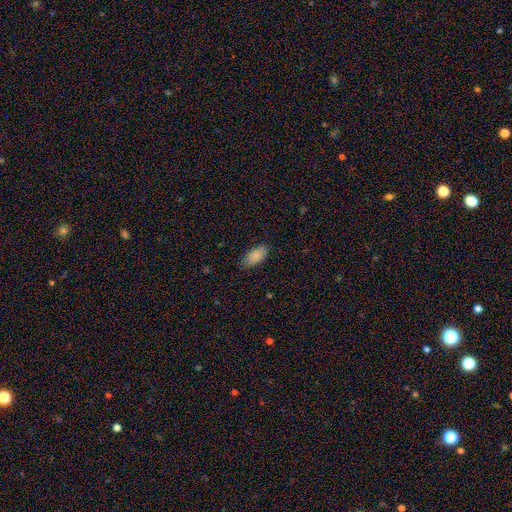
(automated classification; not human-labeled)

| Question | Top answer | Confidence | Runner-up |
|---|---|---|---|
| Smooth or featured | smooth | 88% | star or artifact (7%) |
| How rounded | in between | 91% | cigar-shaped (7%) |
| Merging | none | 80% | minor disturbance (16%) |